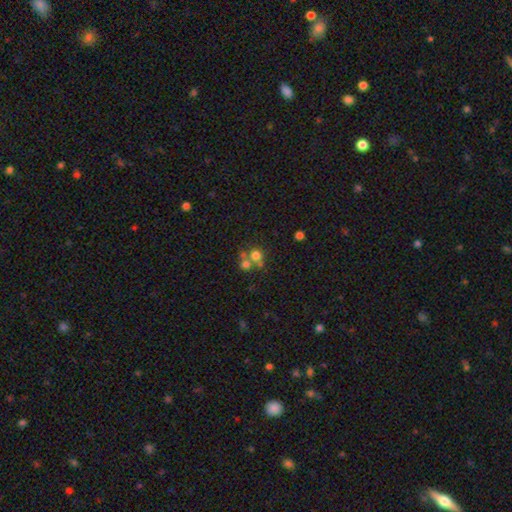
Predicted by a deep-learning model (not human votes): smooth_or_featured: smooth (p=0.67) [alt: star or artifact p=0.17]
how_rounded: round (p=0.86) [alt: in between p=0.13]
merging: none (p=0.46) [alt: merger p=0.43]